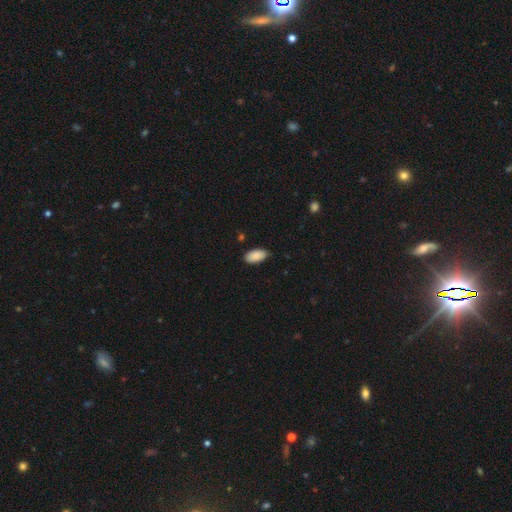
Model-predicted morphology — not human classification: A smooth galaxy with no disk features (90%) that is in between round and cigar-shaped (95%).

Vote fractions:
- Smooth or featured? smooth: 90% / star or artifact: 6% / featured or disk: 3%
- How rounded? in between: 95% / cigar-shaped: 3% / round: 2%
- Merging? none: 85% / minor disturbance: 12% / major disturbance: 2% / merger: 1%